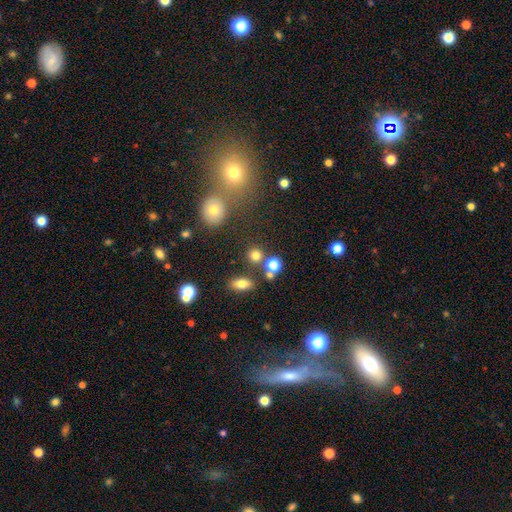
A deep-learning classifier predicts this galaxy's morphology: Overall: smooth (77%). How rounded: round (82%). Merging: none (74%).